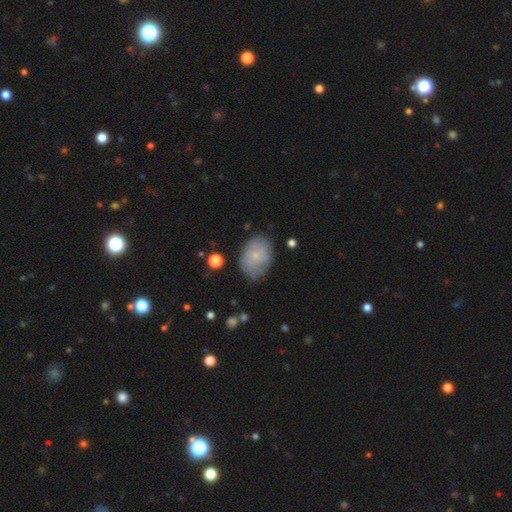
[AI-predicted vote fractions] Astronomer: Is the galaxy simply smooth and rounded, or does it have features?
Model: smooth — 60%.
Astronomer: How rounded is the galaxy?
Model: in between — 78%.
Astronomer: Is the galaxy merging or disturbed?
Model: none — 69%.